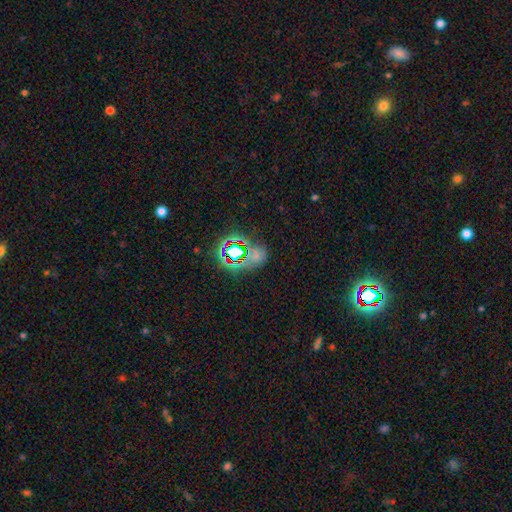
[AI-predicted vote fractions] Overall: star or artifact (55%; smooth 32%).